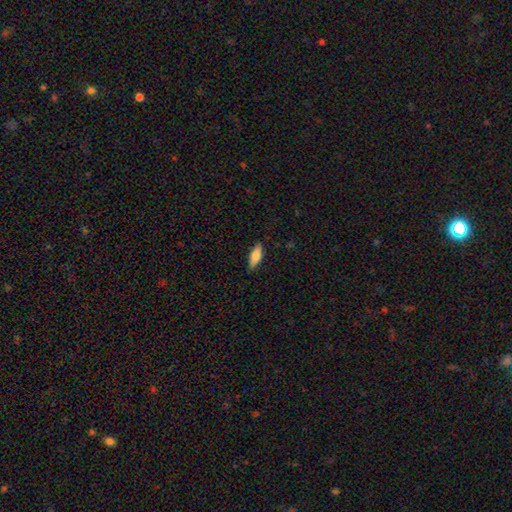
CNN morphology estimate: Smooth or featured? Predicted: smooth (p=0.75). How rounded? Predicted: in between (p=0.62). Merging? Predicted: none (p=0.85).